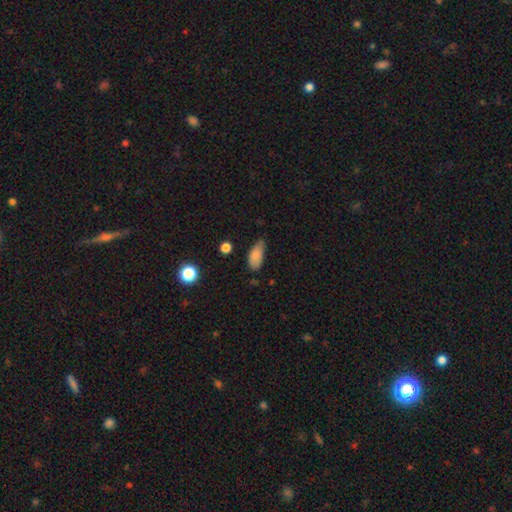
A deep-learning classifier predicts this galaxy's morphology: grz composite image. It shows a smooth galaxy with no disk features (83%) that is in between round and cigar-shaped (88%). Merging: none (47%).